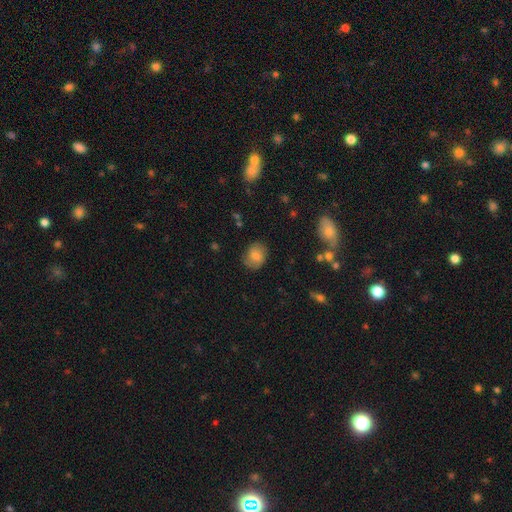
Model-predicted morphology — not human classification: This is likely a smooth galaxy (75%). How rounded: possibly round (56%). Merging: likely none (77%).